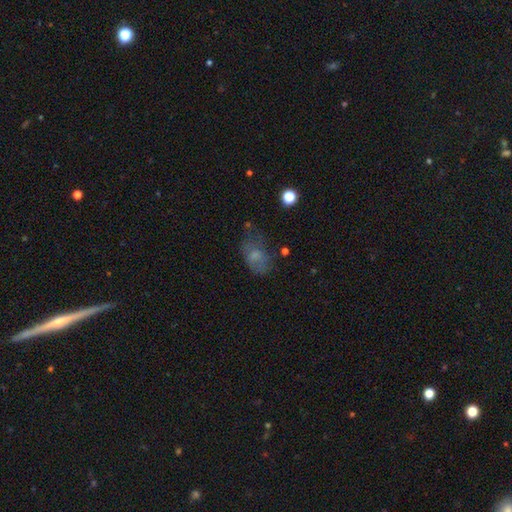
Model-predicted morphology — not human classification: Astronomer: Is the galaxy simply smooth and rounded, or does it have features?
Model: smooth — 64%.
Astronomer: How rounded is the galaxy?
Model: in between — 84%.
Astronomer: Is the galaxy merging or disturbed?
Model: none — 46% (runner-up: minor disturbance, 29%).